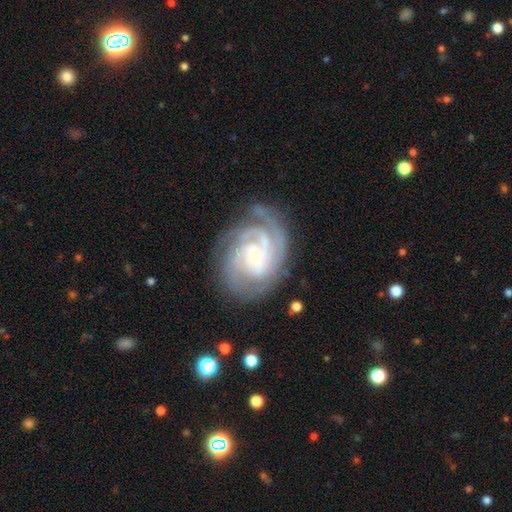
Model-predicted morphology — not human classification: type=featured or disk (89%); edge-on=no (98%); bar=no (53%); spiral arms=yes (98%); winding=tight (65%); arm count=3 (33%); bulge=small (77%); merging=none (72%).